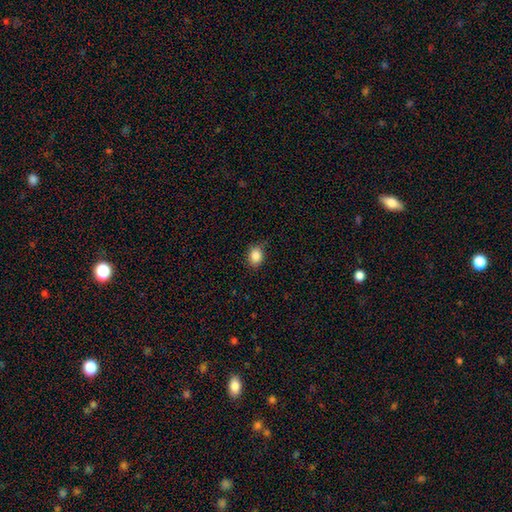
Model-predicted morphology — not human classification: Smooth or featured?
  - smooth: 86% *
  - star or artifact: 9%
  - featured or disk: 5%
How rounded?
  - round: 50% *
  - in between: 49%
  - cigar-shaped: 1%
Merging?
  - none: 82% *
  - minor disturbance: 14%
  - major disturbance: 3%
  - merger: 1%